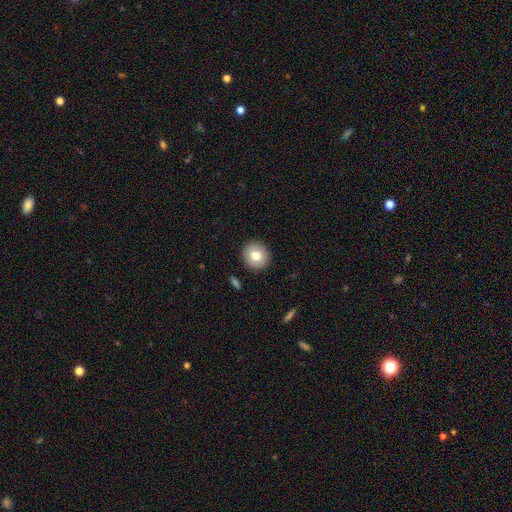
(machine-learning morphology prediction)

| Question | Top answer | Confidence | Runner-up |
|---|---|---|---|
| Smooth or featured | smooth | 78% | featured or disk (13%) |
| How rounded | round | 91% | in between (8%) |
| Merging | none | 91% | minor disturbance (6%) |